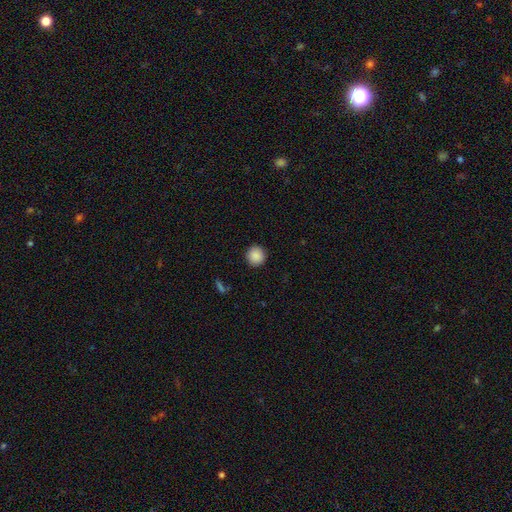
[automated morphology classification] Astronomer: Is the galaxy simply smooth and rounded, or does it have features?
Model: smooth — 89%.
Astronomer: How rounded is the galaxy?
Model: round — 95%.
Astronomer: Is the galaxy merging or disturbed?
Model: none — 92%.